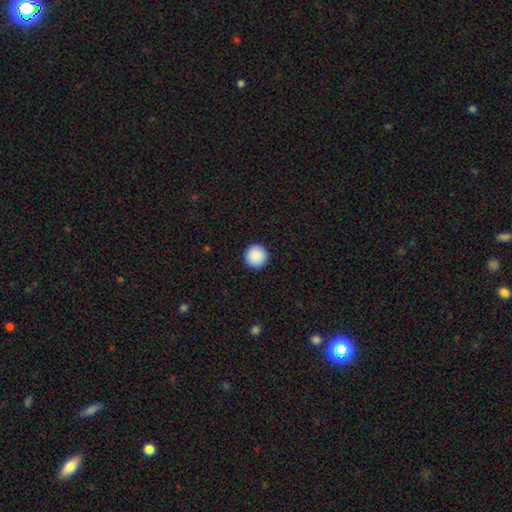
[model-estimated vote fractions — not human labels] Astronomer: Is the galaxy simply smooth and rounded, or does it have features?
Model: smooth — 90%.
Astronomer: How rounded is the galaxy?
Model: round — 97%.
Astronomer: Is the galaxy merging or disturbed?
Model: none — 94%.